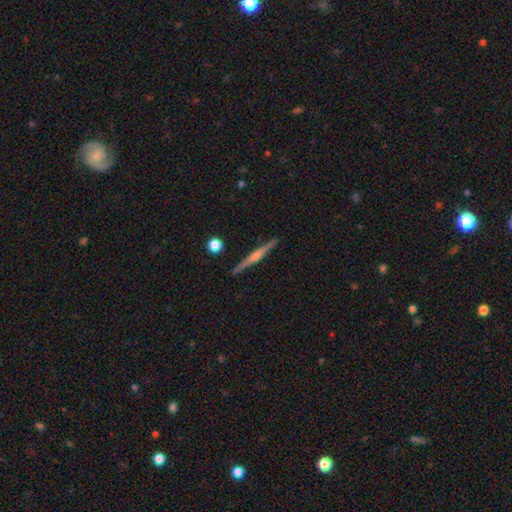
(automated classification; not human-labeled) Smooth or featured: featured or disk — 72% (smooth — 22%)
Edge-on disk: yes — 98% (no — 2%)
Edge-on bulge: rounded — 67% (none — 19%)
Merging: none — 91% (minor disturbance — 6%)